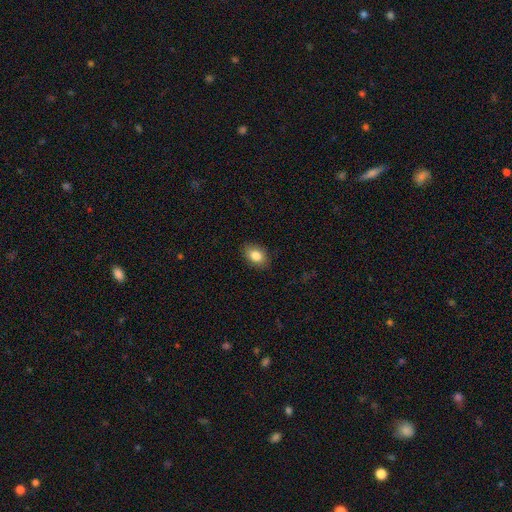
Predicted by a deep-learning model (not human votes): Smooth or featured: smooth — 84% (star or artifact — 8%)
How rounded: in between — 78% (round — 21%)
Merging: none — 88% (minor disturbance — 9%)